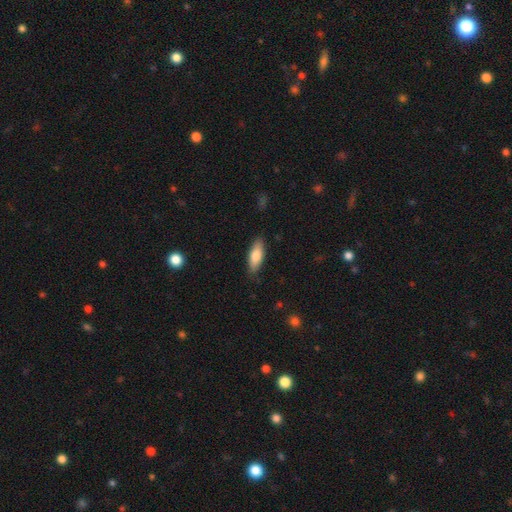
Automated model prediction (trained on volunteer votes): Smooth or featured?
  - smooth: 78% *
  - featured or disk: 16%
  - star or artifact: 6%
How rounded?
  - in between: 69% *
  - cigar-shaped: 29%
  - round: 2%
Merging?
  - none: 85% *
  - minor disturbance: 11%
  - major disturbance: 2%
  - merger: 1%